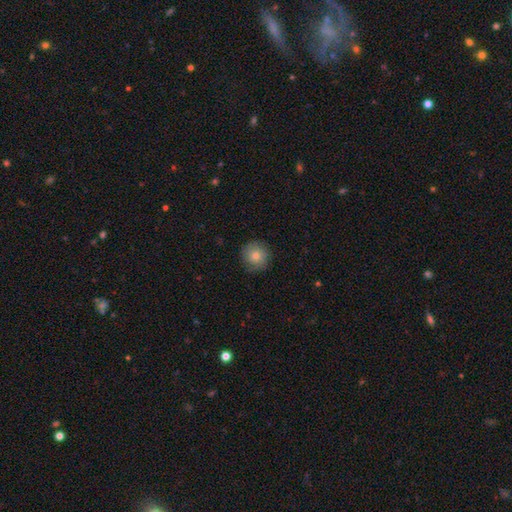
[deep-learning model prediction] This appears to be a smooth galaxy with no disk features (72%) that is round (94%). Merging: none (84%).